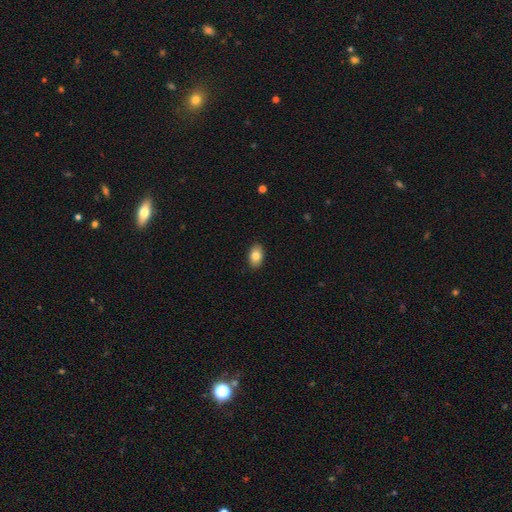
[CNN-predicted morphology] A smooth galaxy with no disk features (82%) that is in between round and cigar-shaped (90%).

Vote fractions:
- Smooth or featured? smooth: 82% / featured or disk: 10% / star or artifact: 7%
- How rounded? in between: 90% / round: 9% / cigar-shaped: 1%
- Merging? none: 90% / minor disturbance: 8% / major disturbance: 2% / merger: 1%